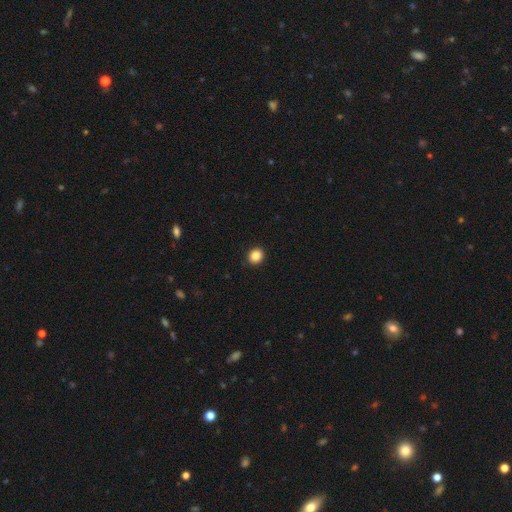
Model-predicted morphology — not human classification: This appears to be a smooth galaxy with no disk features (86%) that is round (84%). Merging: none (93%).